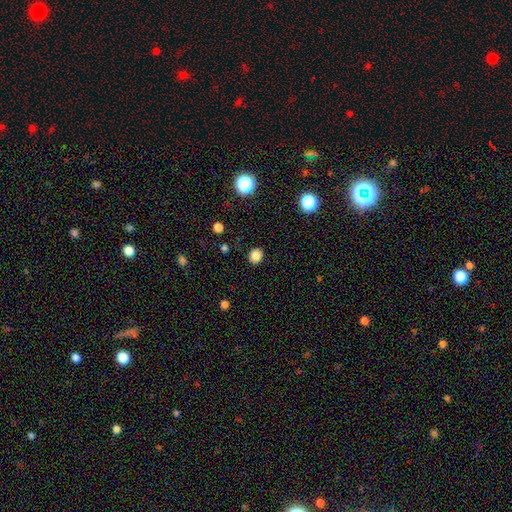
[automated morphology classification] Overall: smooth (84%). How rounded: round (76%). Merging: none (89%).